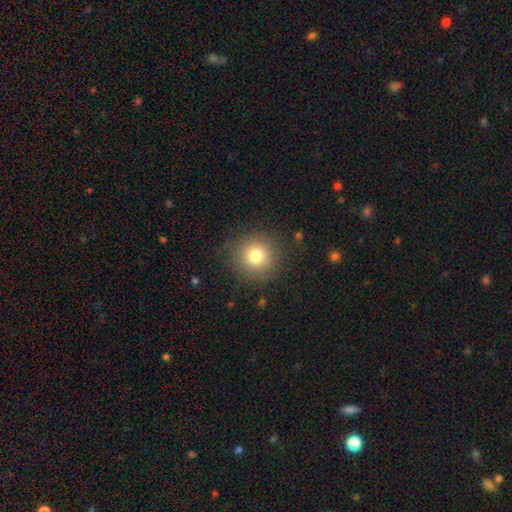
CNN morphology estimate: Q: Smooth or featured?
A: smooth (79%); runner-up: star or artifact (12%)
Q: How rounded?
A: round (95%); runner-up: in between (4%)
Q: Merging?
A: none (88%); runner-up: minor disturbance (7%)